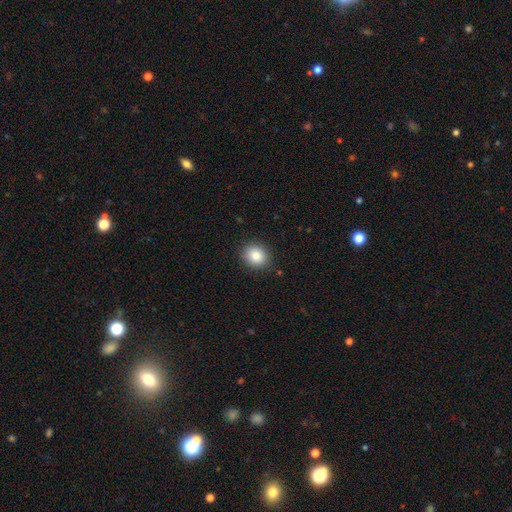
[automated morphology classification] This is clearly a smooth galaxy (86%). How rounded: likely round (70%). Merging: clearly none (89%).